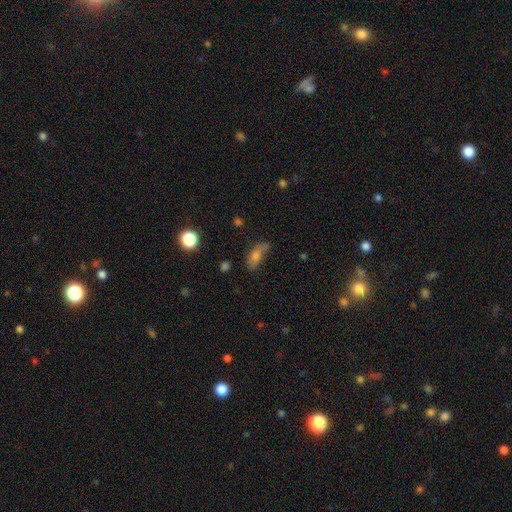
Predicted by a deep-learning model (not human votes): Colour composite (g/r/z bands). It shows a smooth galaxy with no disk features (67%) that is in between round and cigar-shaped (77%). Merging: none (46%).